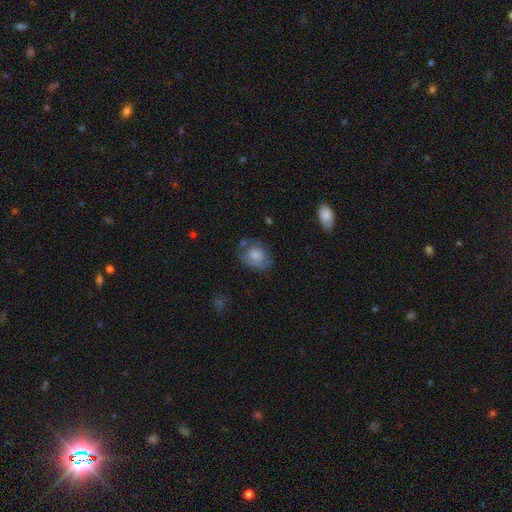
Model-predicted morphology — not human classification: The model was most divided on "how rounded": round: 51%, in between: 48%, cigar-shaped: 1%. More confident: smooth or featured — smooth (58%); merging — none (52%).